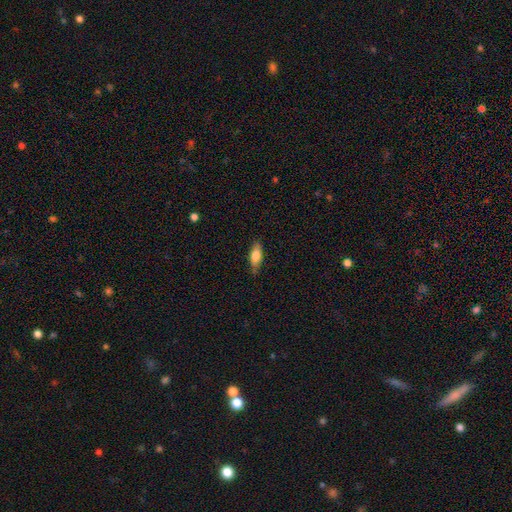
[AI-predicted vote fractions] Smooth or featured? smooth (68%)
How rounded? in between (68%)
Merging? none (79%)